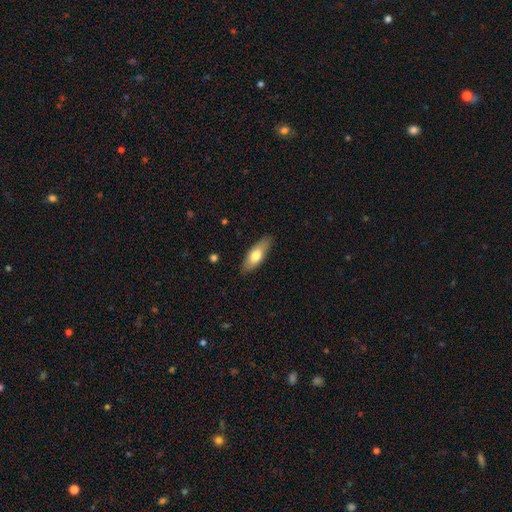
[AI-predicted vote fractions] This appears to be a smooth galaxy with no disk features (69%) that is in between round and cigar-shaped (67%). Merging: none (84%).